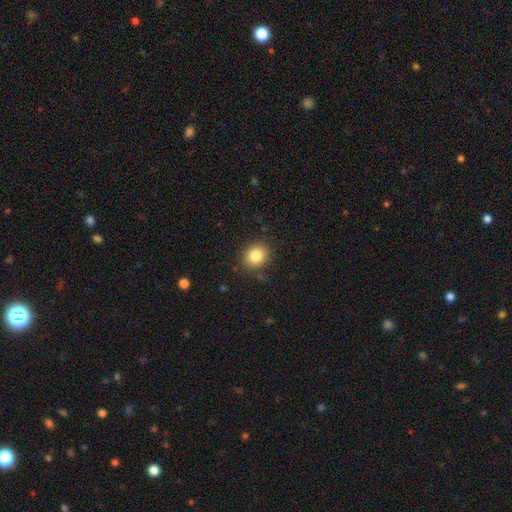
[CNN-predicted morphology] smooth-or-featured: smooth: 83% | star or artifact: 10% | featured or disk: 7%
  how-rounded: round: 72% | in between: 27% | cigar-shaped: 1%
  merging: none: 86% | minor disturbance: 9% | major disturbance: 3% | merger: 2%